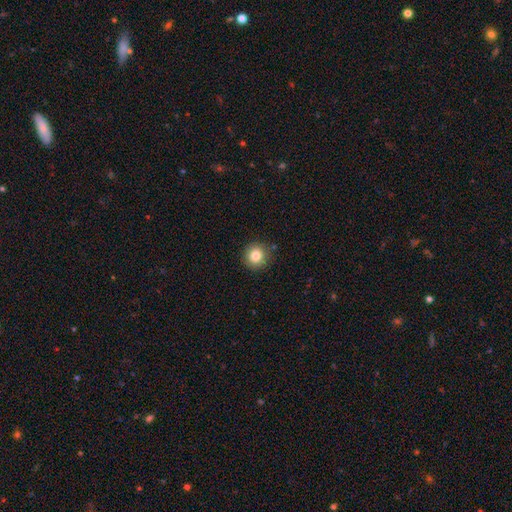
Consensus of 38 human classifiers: A smooth galaxy with no disk features (84%) that is round (100%). Merging: none (79%).